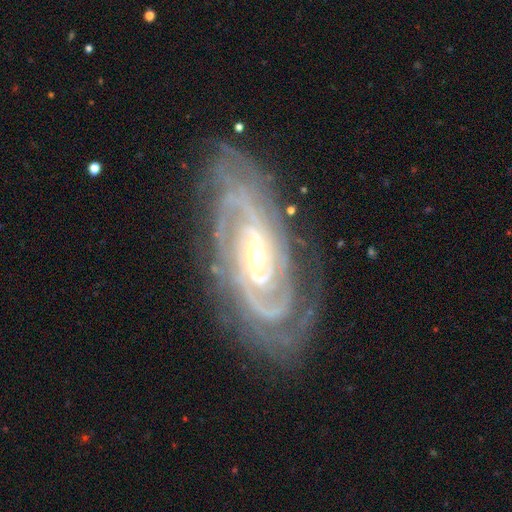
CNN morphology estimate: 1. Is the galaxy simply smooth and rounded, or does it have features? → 91% featured or disk, 5% star or artifact, 4% smooth.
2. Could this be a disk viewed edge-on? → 94% no, 6% yes.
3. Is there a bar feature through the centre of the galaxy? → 45% no, 34% weak, 21% strong.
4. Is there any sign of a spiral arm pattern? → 98% yes, 2% no.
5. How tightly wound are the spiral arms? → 71% tight, 25% medium, 4% loose.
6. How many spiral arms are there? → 38% 2, 21% 3, 19% can't tell, 10% 4, 6% more than 4, 6% 1.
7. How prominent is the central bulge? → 55% small, 41% moderate, 2% large, 1% none, 1% dominant.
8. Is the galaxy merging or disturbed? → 80% none, 14% minor disturbance, 5% major disturbance, 1% merger.